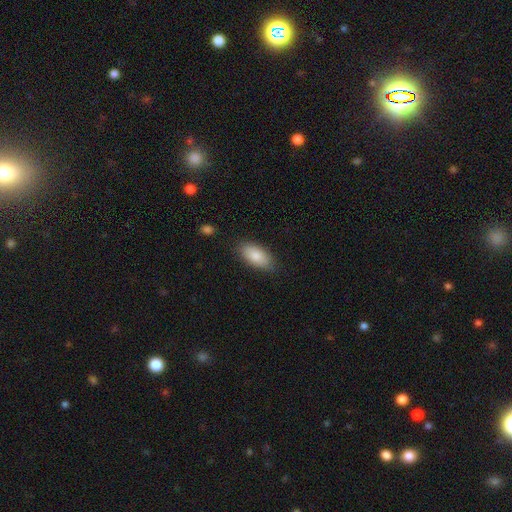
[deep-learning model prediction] This is clearly a smooth galaxy (85%). How rounded: clearly in between (92%). Merging: clearly none (84%).